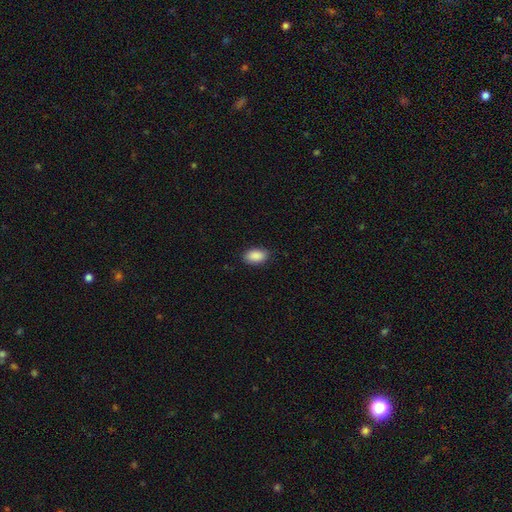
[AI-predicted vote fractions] This is clearly a smooth galaxy (90%). How rounded: clearly in between (92%). Merging: clearly none (86%).